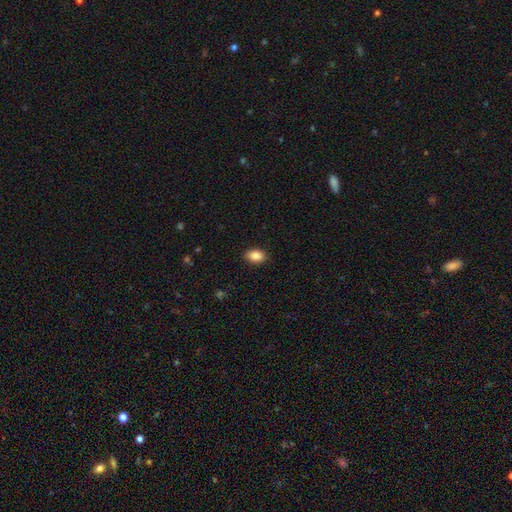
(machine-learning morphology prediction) smooth-or-featured: smooth: 89% | star or artifact: 8% | featured or disk: 3%
  how-rounded: in between: 86% | round: 13% | cigar-shaped: 1%
  merging: none: 89% | minor disturbance: 8% | major disturbance: 2% | merger: 1%